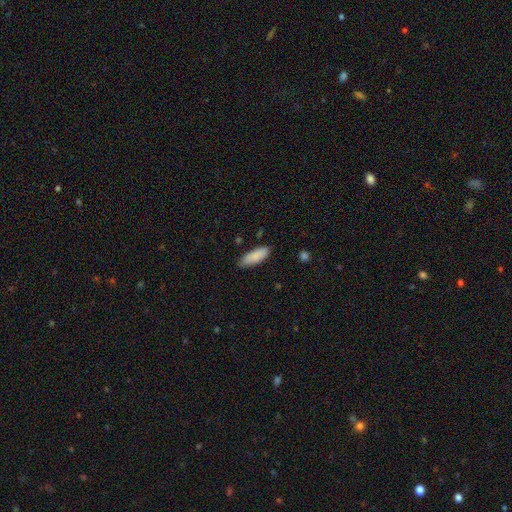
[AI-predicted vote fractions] This is clearly a smooth galaxy (88%). How rounded: likely in between (66%). Merging: clearly none (82%).